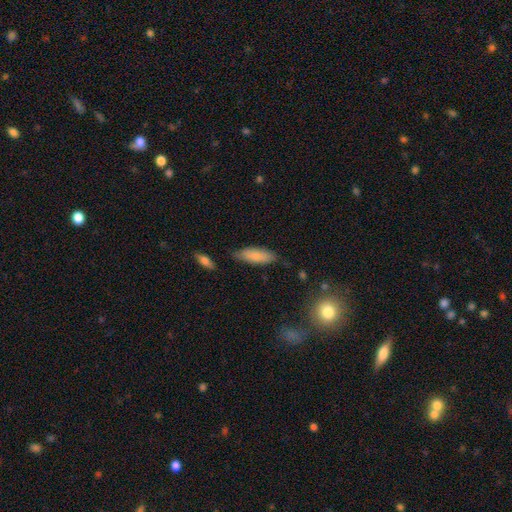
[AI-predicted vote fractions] smooth-or-featured: smooth: 81% | featured or disk: 13% | star or artifact: 6%
  how-rounded: in between: 58% | cigar-shaped: 40% | round: 2%
  merging: none: 77% | minor disturbance: 17% | major disturbance: 3% | merger: 3%